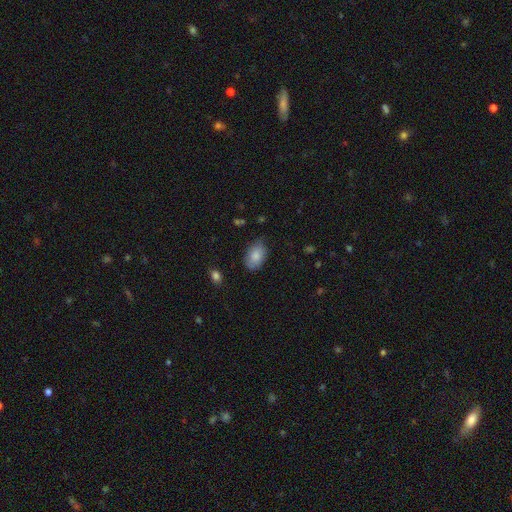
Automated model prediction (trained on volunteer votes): Smooth or featured: smooth — 84% (featured or disk — 9%)
How rounded: in between — 89% (round — 9%)
Merging: none — 75% (minor disturbance — 20%)